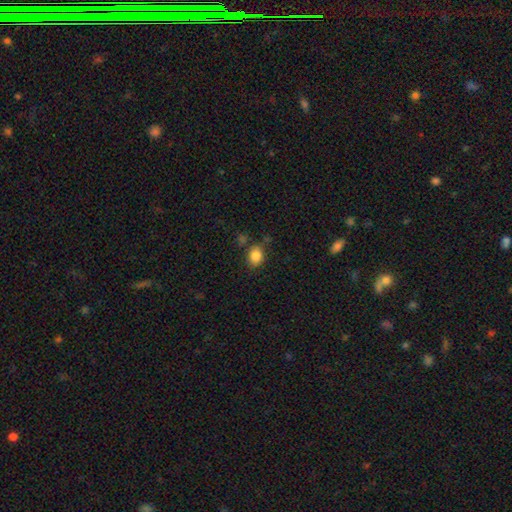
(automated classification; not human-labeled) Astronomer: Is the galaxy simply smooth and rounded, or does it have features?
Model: smooth — 85%.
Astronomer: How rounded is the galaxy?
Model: in between — 54% (runner-up: round, 45%).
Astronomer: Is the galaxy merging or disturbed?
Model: none — 74%.